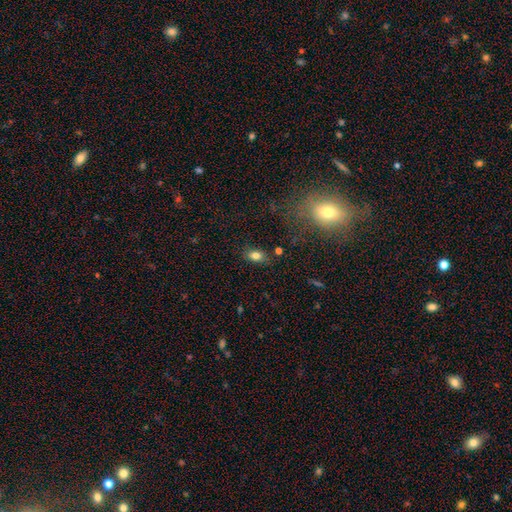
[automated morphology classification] Smooth or featured: smooth — 79% (star or artifact — 10%)
How rounded: in between — 84% (round — 13%)
Merging: none — 82% (minor disturbance — 12%)